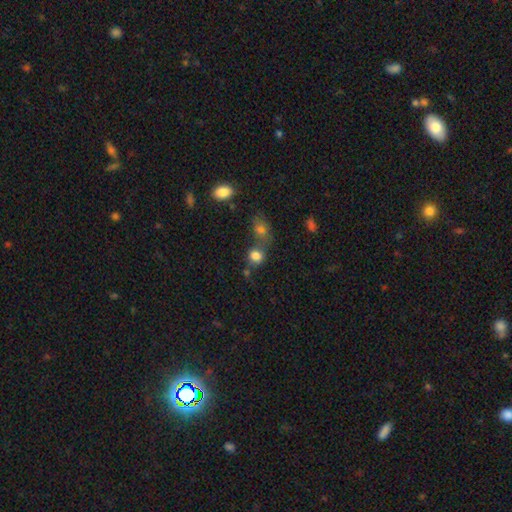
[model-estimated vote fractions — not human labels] Smooth or featured: smooth — 80% (star or artifact — 12%)
How rounded: round — 71% (in between — 28%)
Merging: none — 45% (merger — 37%)